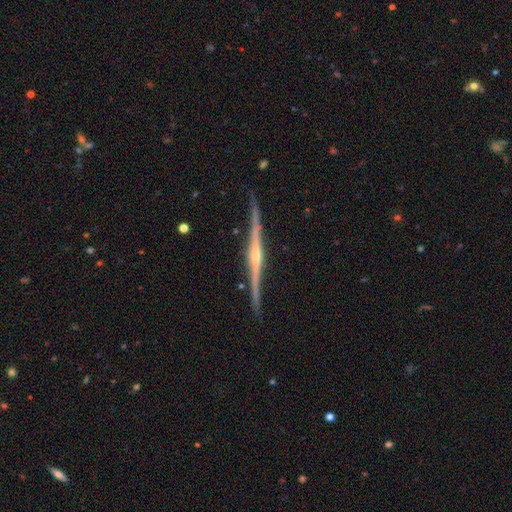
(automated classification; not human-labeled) Overall: featured or disk (85%). Edge-on disk: yes (98%). Edge-on bulge: rounded (72%). Merging: none (87%).